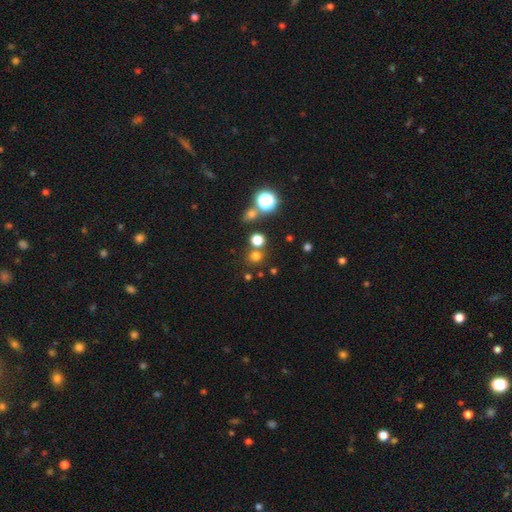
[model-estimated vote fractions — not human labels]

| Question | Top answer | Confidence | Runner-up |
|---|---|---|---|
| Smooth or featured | smooth | 68% | star or artifact (26%) |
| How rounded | round | 88% | in between (11%) |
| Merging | none | 74% | merger (16%) |